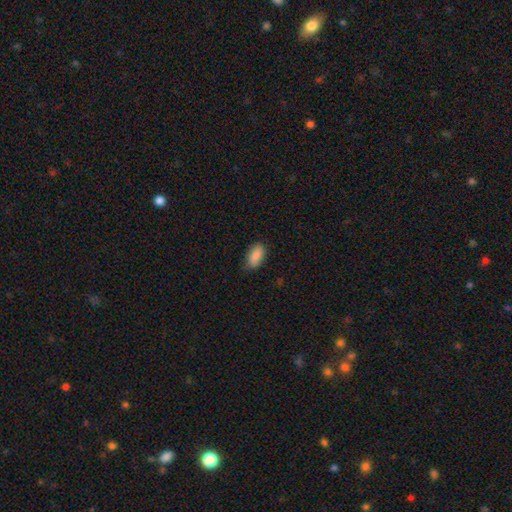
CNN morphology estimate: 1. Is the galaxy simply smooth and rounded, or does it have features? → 89% smooth, 7% star or artifact, 5% featured or disk.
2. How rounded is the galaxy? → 92% in between, 5% cigar-shaped, 3% round.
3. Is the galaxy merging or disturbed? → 77% none, 19% minor disturbance, 3% major disturbance, 1% merger.